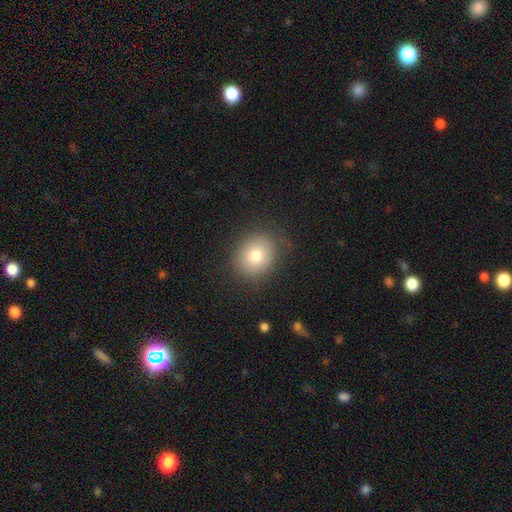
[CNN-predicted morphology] smooth_or_featured: smooth (p=0.78) [alt: featured or disk p=0.11]
how_rounded: round (p=0.69) [alt: in between p=0.30]
merging: none (p=0.85) [alt: minor disturbance p=0.10]